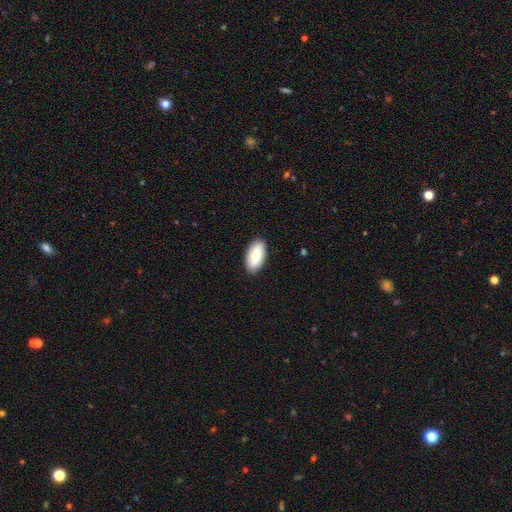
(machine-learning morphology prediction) Smooth or featured: smooth — 75% (featured or disk — 20%)
How rounded: in between — 93% (cigar-shaped — 5%)
Merging: none — 89% (minor disturbance — 8%)